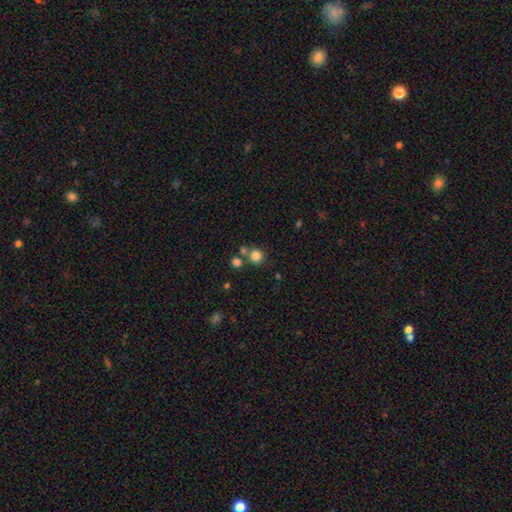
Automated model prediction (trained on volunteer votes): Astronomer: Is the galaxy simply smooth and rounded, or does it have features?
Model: smooth — 81%.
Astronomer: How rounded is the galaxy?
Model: round — 91%.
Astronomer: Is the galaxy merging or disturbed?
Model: none — 66%.